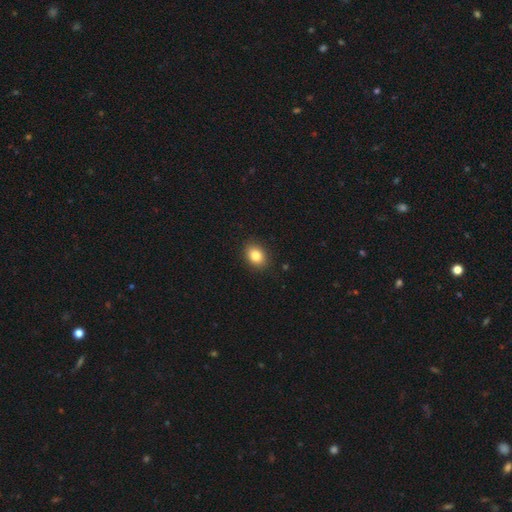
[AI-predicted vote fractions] Q: Smooth or featured?
A: smooth (84%); runner-up: star or artifact (10%)
Q: How rounded?
A: in between (63%); runner-up: round (36%)
Q: Merging?
A: none (88%); runner-up: minor disturbance (9%)